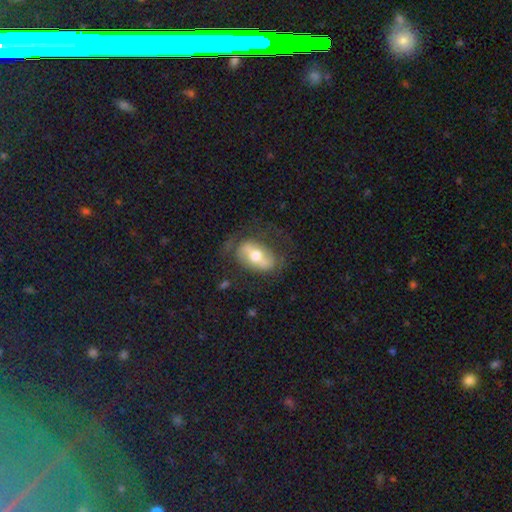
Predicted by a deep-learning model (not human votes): smooth_or_featured: featured or disk (p=0.58) [alt: smooth p=0.36]
disk_edge_on: no (p=0.84) [alt: yes p=0.16]
merging: none (p=0.63) [alt: minor disturbance p=0.19]